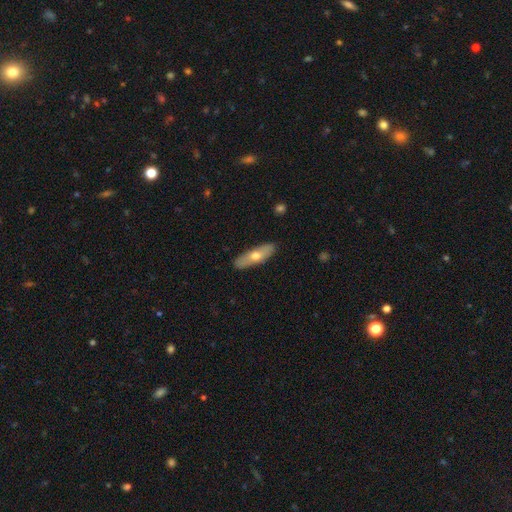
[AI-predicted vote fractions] smooth 56%, featured or disk 38%, star or artifact 6%. Down the decision tree: how rounded — in between (49%); merging — none (88%).